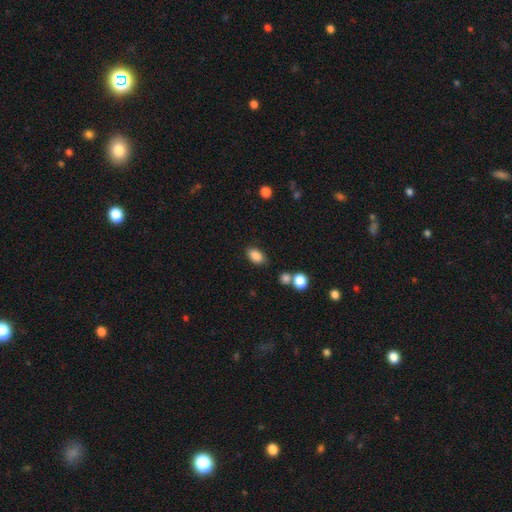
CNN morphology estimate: A smooth galaxy with no disk features (86%) that is in between round and cigar-shaped (88%). Merging: none (80%).